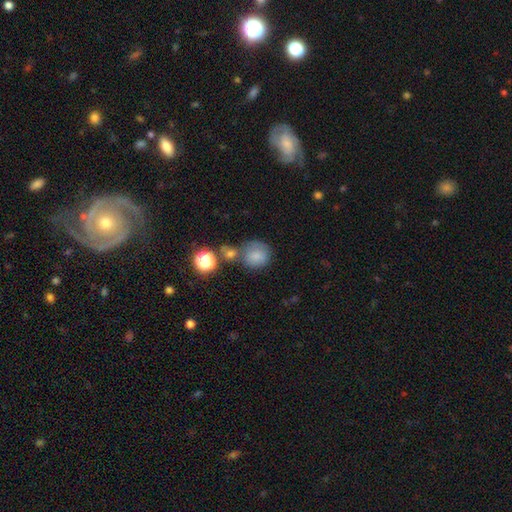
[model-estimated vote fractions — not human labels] Smooth or featured?
  - smooth: 77% *
  - star or artifact: 13%
  - featured or disk: 10%
How rounded?
  - round: 78% *
  - in between: 21%
  - cigar-shaped: 1%
Merging?
  - none: 49% *
  - merger: 25%
  - minor disturbance: 17%
  - major disturbance: 9%